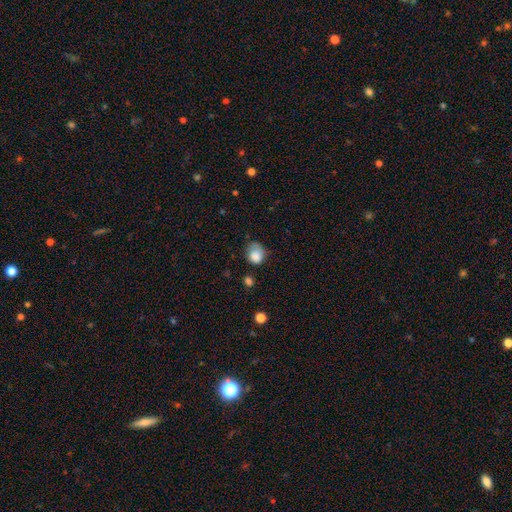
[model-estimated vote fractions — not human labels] This is clearly a smooth galaxy (82%). How rounded: likely round (60%). Merging: marginally none (42%).